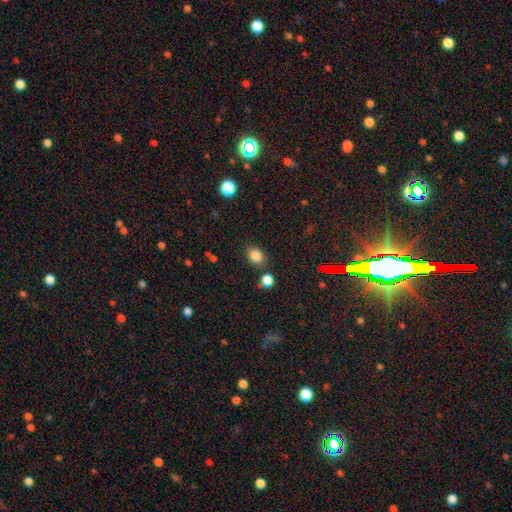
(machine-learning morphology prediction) Q: Smooth or featured?
A: smooth (83%); runner-up: star or artifact (11%)
Q: How rounded?
A: in between (60%); runner-up: round (38%)
Q: Merging?
A: none (77%); runner-up: minor disturbance (13%)